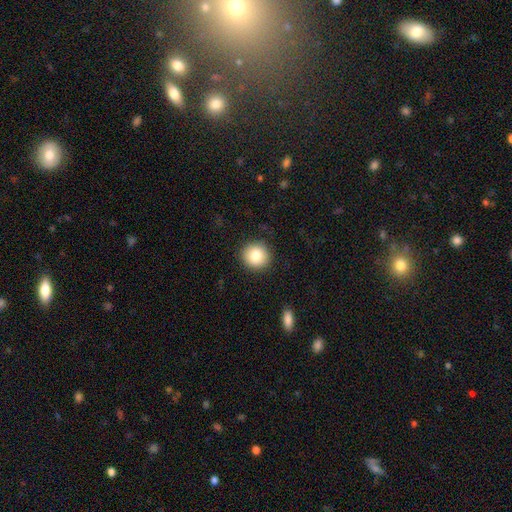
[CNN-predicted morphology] The model was most divided on "smooth or featured": smooth: 84%, star or artifact: 9%, featured or disk: 8%. More confident: how rounded — round (92%); merging — none (90%).